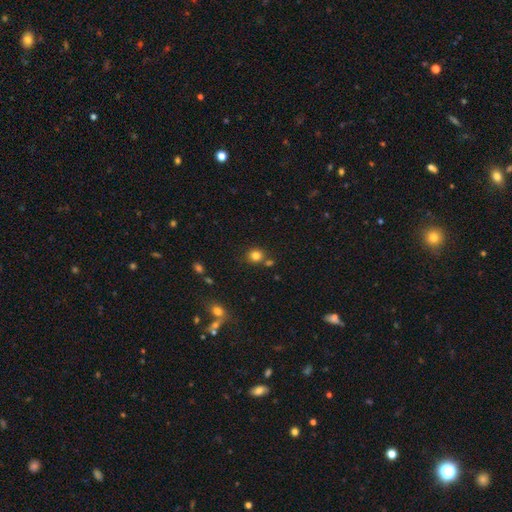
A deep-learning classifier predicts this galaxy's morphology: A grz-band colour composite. It shows a smooth galaxy with no disk features (81%) that is round (82%). Merging: none (74%).